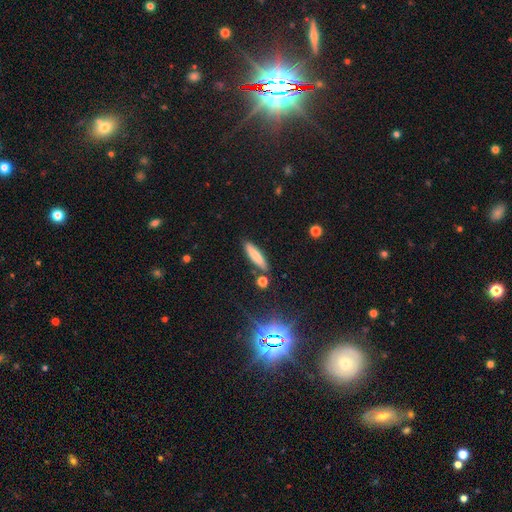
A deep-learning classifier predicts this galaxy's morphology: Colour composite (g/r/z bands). It shows a smooth galaxy with no disk features (75%) that is cigar-shaped (80%). Merging: none (81%).